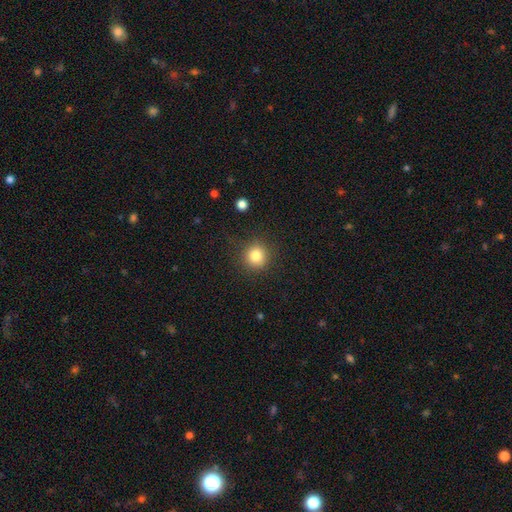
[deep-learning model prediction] Morphology: type=smooth (82%); roundness=round (92%); merging=none (88%).